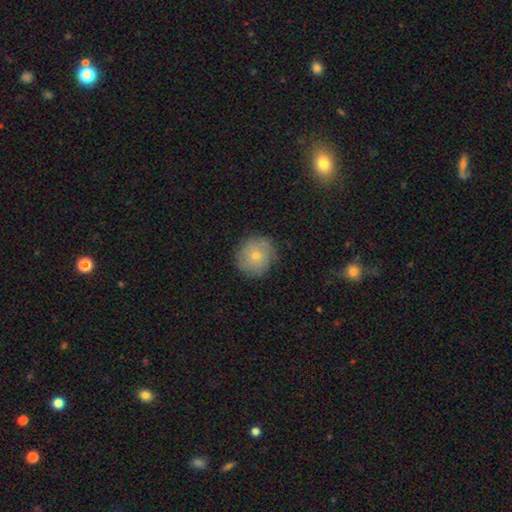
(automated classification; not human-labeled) smooth_or_featured: smooth (p=0.68) [alt: featured or disk p=0.24]
how_rounded: round (p=0.93) [alt: in between p=0.06]
merging: none (p=0.82) [alt: minor disturbance p=0.13]